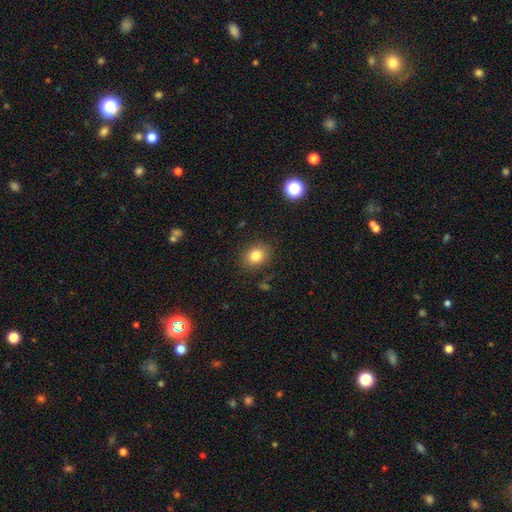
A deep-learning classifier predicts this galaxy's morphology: type=smooth (81%); roundness=in between (51%); merging=none (85%).